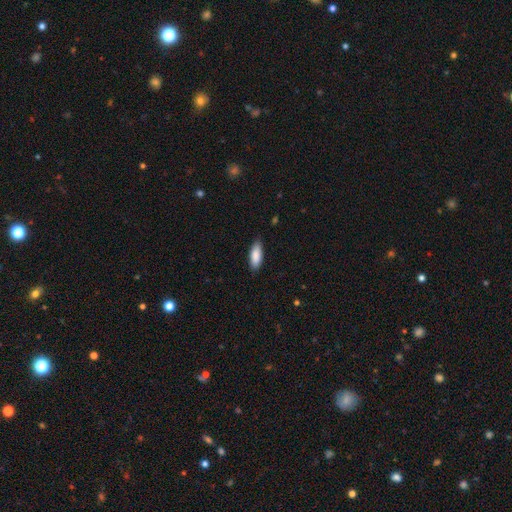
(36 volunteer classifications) Smooth or featured? smooth (94%)
How rounded? in between (71%)
Merging? none (71%)